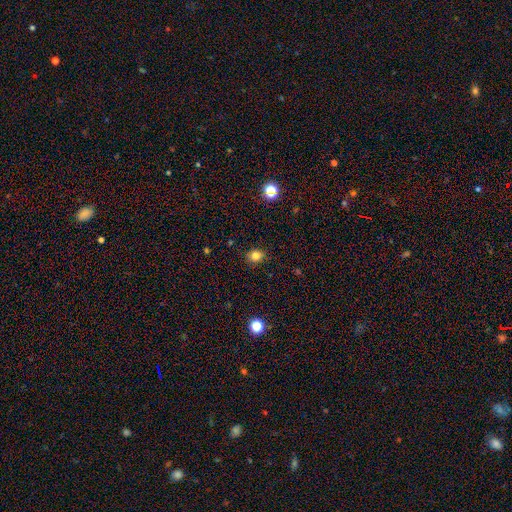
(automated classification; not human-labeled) The model was most divided on "how rounded": round: 63%, in between: 36%, cigar-shaped: 1%. More confident: merging — none (87%); smooth or featured — smooth (81%).